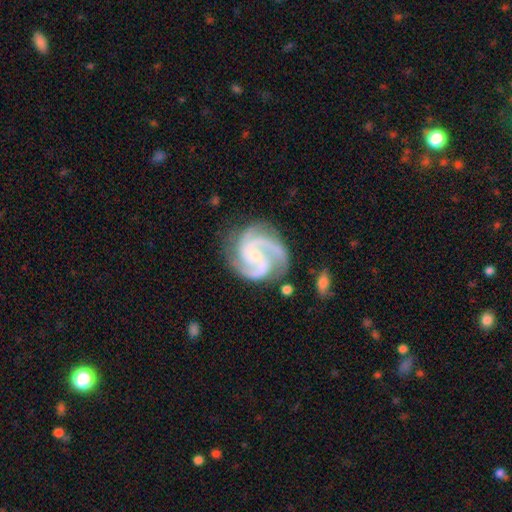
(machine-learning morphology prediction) Smooth or featured? Predicted: featured or disk (p=0.93). Edge-on disk? Predicted: no (p=0.99). Bar? Predicted: no (p=0.62). Spiral arms? Predicted: yes (p=0.99). Spiral winding? Predicted: medium (p=0.50). Spiral arm count? Predicted: 3 (p=0.51). Bulge size? Predicted: small (p=0.73). Merging? Predicted: none (p=0.73).